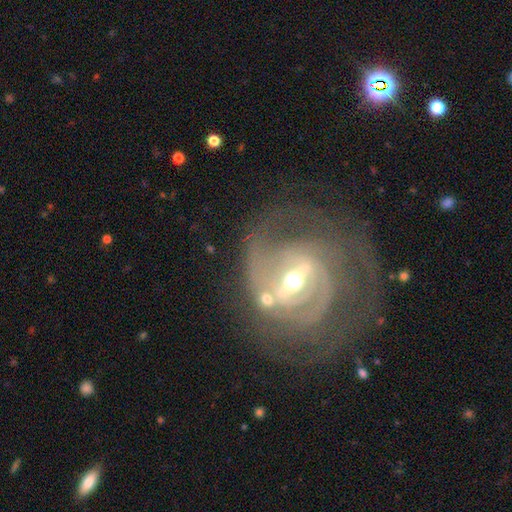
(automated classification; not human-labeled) Smooth or featured?
  - featured or disk: 88% *
  - star or artifact: 7%
  - smooth: 5%
Edge-on disk?
  - no: 96% *
  - yes: 4%
Bar?
  - strong: 61% *
  - weak: 31%
  - no: 8%
Spiral arms?
  - yes: 93% *
  - no: 7%
Spiral winding?
  - tight: 55% *
  - medium: 34%
  - loose: 11%
Spiral arm count?
  - 2: 34% *
  - can't tell: 28%
  - 3: 19%
  - 4: 8%
  - 1: 6%
  - more than 4: 5%
Bulge size?
  - moderate: 54% *
  - small: 40%
  - large: 4%
  - none: 1%
  - dominant: 1%
Merging?
  - none: 57% *
  - major disturbance: 19%
  - minor disturbance: 17%
  - merger: 7%